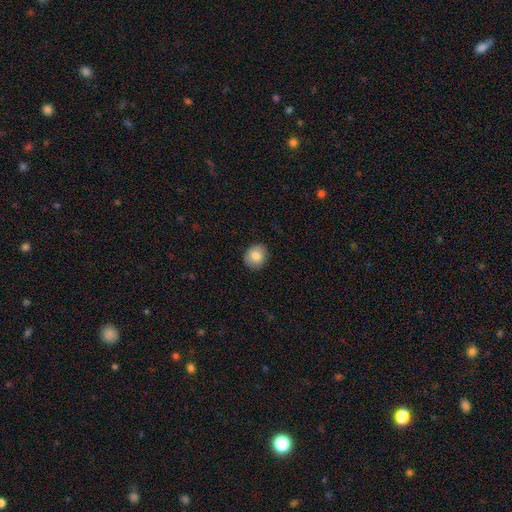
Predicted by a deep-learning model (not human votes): This is clearly a smooth galaxy (82%). How rounded: likely round (72%). Merging: clearly none (88%).